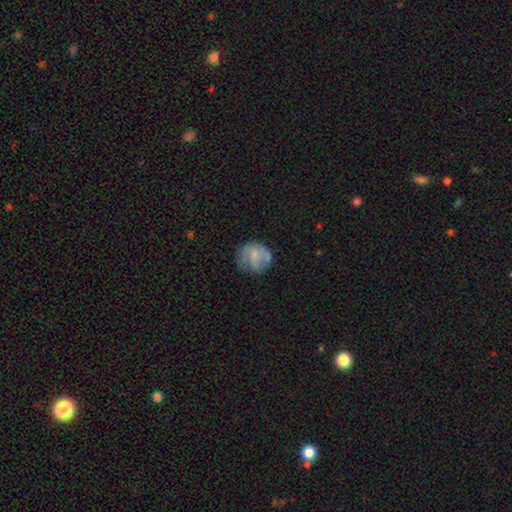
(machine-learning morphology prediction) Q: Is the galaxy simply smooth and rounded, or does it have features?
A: smooth — 54%.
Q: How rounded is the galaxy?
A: round — 84%.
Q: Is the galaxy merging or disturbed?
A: none — 61%.